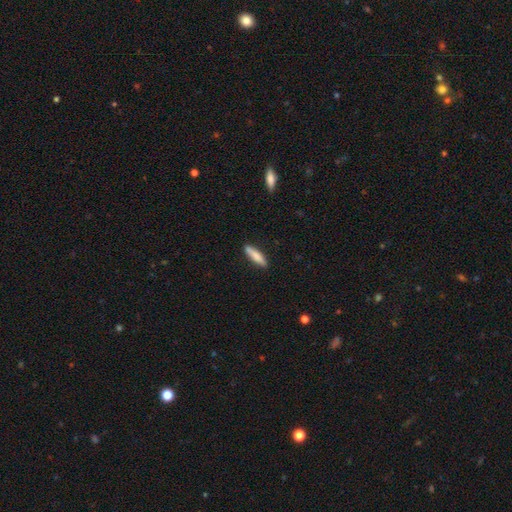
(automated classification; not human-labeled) Overall: smooth (80%). How rounded: cigar-shaped (78%). Merging: none (85%).